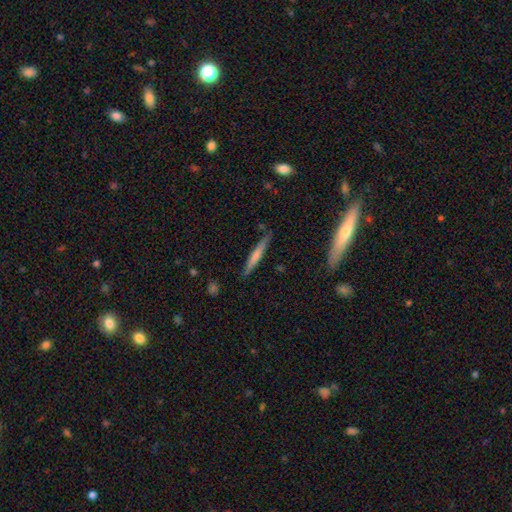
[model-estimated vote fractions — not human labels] A smooth galaxy with no disk features (58%) that is cigar-shaped (95%). Merging: none (86%).